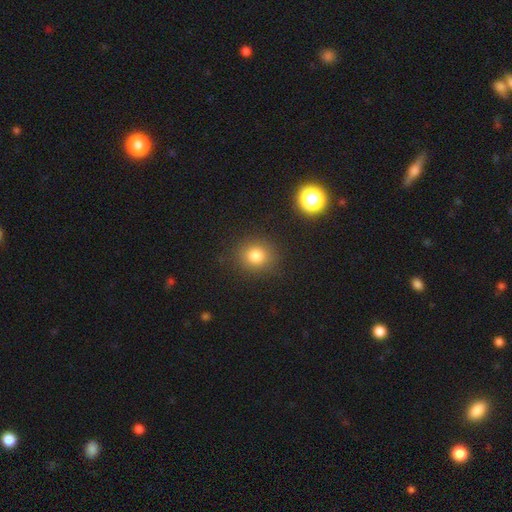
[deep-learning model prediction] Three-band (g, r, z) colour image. It shows a smooth galaxy with no disk features (80%) that is round (82%). Merging: none (88%).